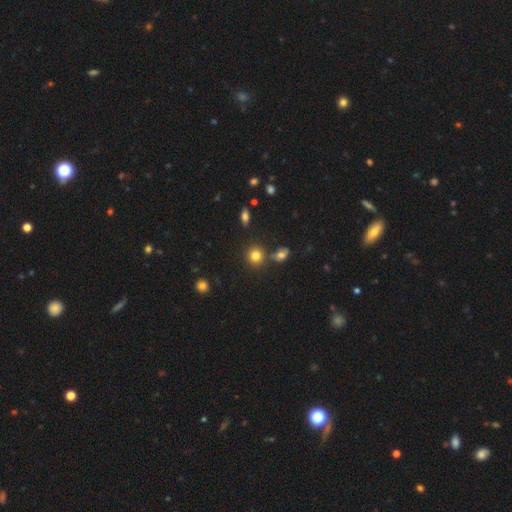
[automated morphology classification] The model was most divided on "merging": none: 77%, merger: 11%, minor disturbance: 9%, major disturbance: 3%. More confident: how rounded — round (87%); smooth or featured — smooth (80%).